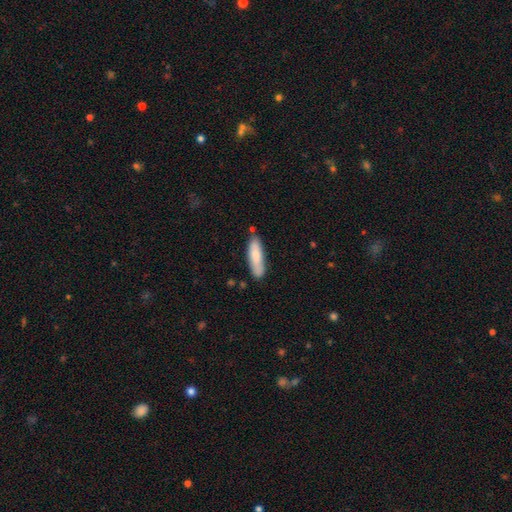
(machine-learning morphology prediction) Overall: smooth (78%). How rounded: cigar-shaped (59%; in between 40%). Merging: none (76%).